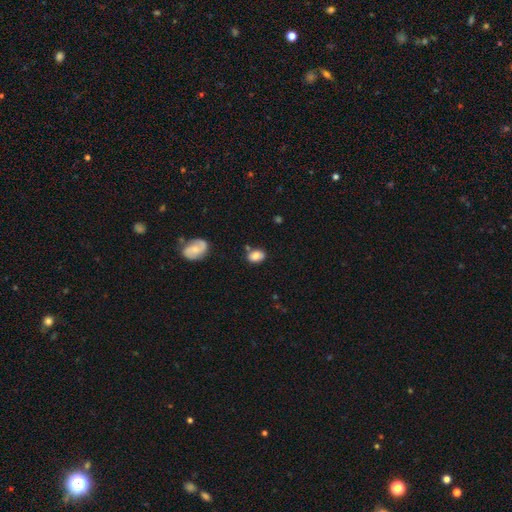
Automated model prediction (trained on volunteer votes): Smooth or featured? Predicted: smooth (p=0.78). How rounded? Predicted: in between (p=0.72). Merging? Predicted: none (p=0.72).